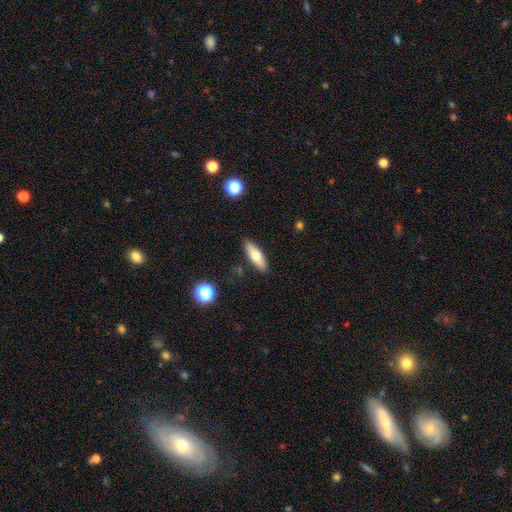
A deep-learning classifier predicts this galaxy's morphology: Smooth or featured? Predicted: smooth (p=0.67). How rounded? Predicted: cigar-shaped (p=0.49). Merging? Predicted: none (p=0.87).